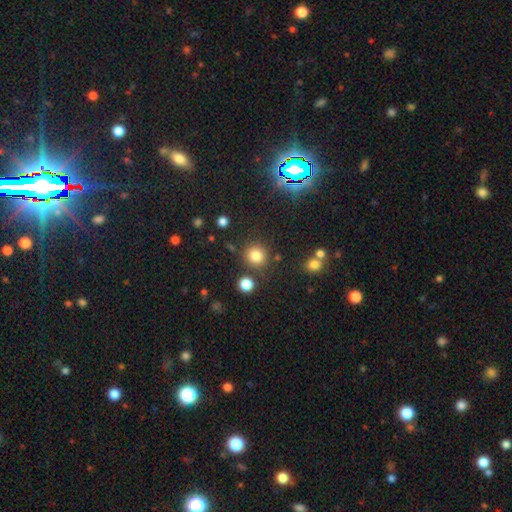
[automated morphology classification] Smooth or featured? smooth (80%)
How rounded? round (91%)
Merging? none (82%)